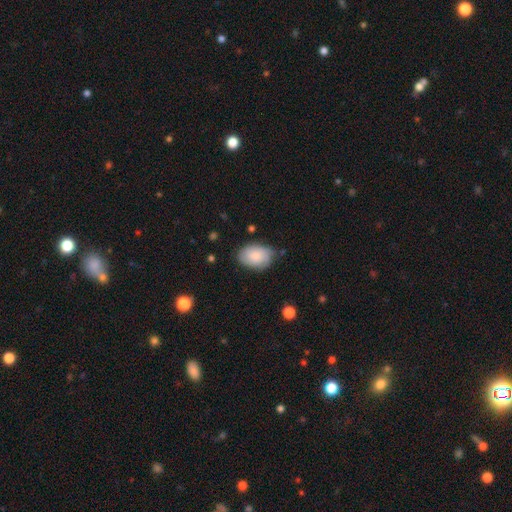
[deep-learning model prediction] Smooth or featured? Predicted: smooth (p=0.80). How rounded? Predicted: in between (p=0.85). Merging? Predicted: none (p=0.70).